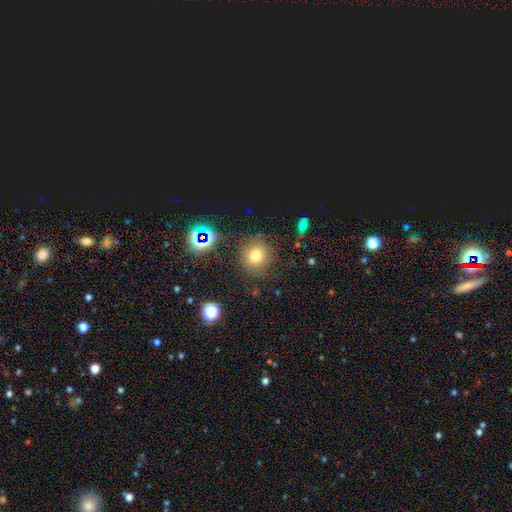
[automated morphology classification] type=smooth (69%); roundness=round (86%); merging=none (83%).